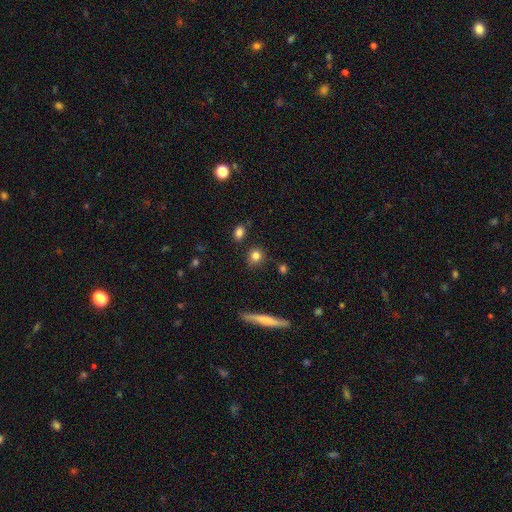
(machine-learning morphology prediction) This is clearly a smooth galaxy (82%). How rounded: likely round (77%). Merging: clearly none (82%).